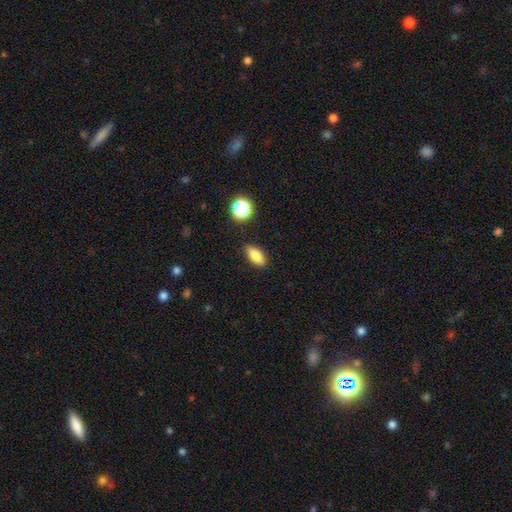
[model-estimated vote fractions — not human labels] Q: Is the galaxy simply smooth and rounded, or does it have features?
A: smooth — 83%.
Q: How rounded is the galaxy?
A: in between — 85%.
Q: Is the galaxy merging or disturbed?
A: none — 85%.